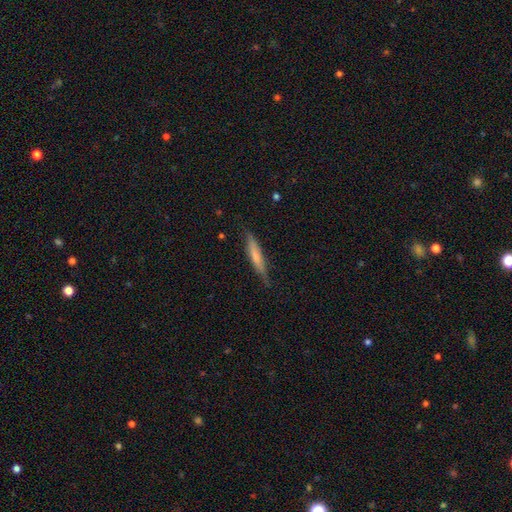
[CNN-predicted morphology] smooth-or-featured: smooth: 63% | featured or disk: 32% | star or artifact: 6%
  how-rounded: cigar-shaped: 90% | in between: 9% | round: 1%
  merging: none: 76% | minor disturbance: 19% | major disturbance: 4% | merger: 1%